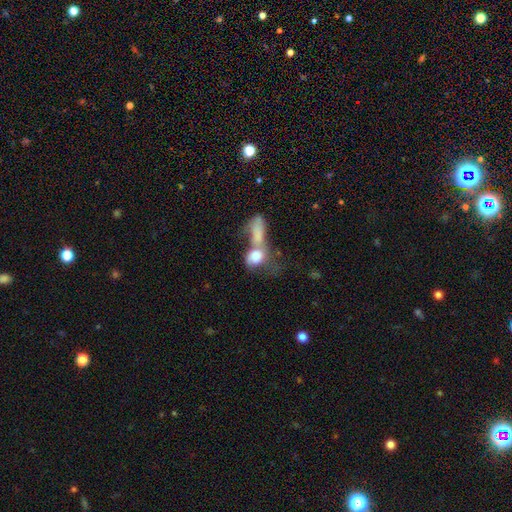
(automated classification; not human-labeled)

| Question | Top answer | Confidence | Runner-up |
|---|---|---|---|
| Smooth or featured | smooth | 72% | featured or disk (20%) |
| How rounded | in between | 69% | round (26%) |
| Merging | merger | 71% | major disturbance (13%) |